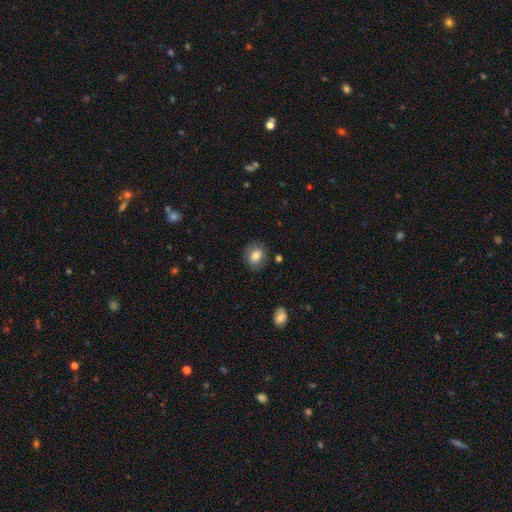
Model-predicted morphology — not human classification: The model was most divided on "how rounded": round: 53%, in between: 46%, cigar-shaped: 1%. More confident: merging — none (81%); smooth or featured — smooth (79%).